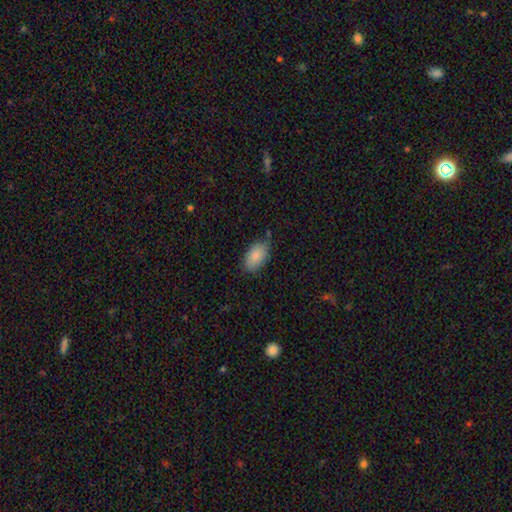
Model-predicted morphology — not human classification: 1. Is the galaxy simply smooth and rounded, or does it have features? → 85% smooth, 8% featured or disk, 7% star or artifact.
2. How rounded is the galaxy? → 92% in between, 6% round, 2% cigar-shaped.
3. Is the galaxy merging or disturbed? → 71% none, 22% minor disturbance, 4% major disturbance, 3% merger.